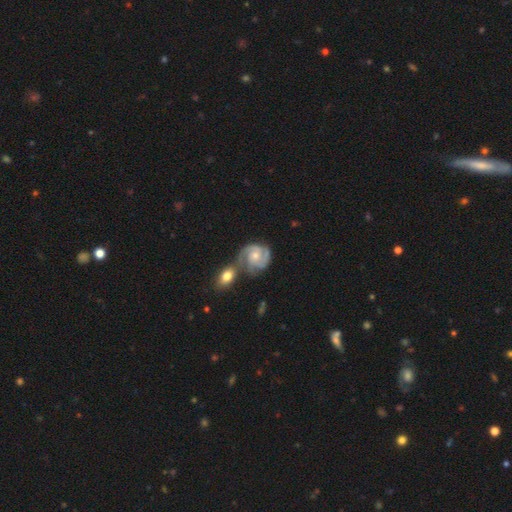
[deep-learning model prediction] This is clearly a featured or disk galaxy (84%). It is clearly not viewed edge-on (98%). Bar: likely no (70%). Spiral arm pattern: clearly yes (97%). Spiral arm count: marginally 2 (40%). Spiral winding: possibly tight (55%). Central bulge: possibly moderate (50%). Merging: marginally none (43%).